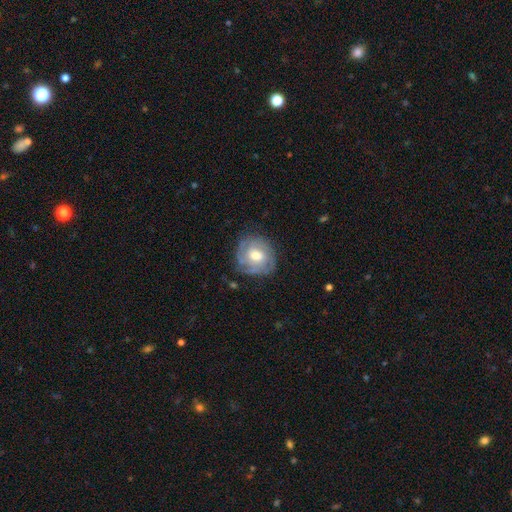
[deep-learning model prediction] Q: Smooth or featured?
A: featured or disk (64%); runner-up: smooth (29%)
Q: Edge-on disk?
A: no (97%); runner-up: yes (3%)
Q: Bar?
A: no (62%); runner-up: weak (33%)
Q: Spiral arms?
A: yes (80%); runner-up: no (20%)
Q: Spiral winding?
A: tight (65%); runner-up: medium (27%)
Q: Spiral arm count?
A: can't tell (42%); runner-up: 2 (27%)
Q: Bulge size?
A: moderate (70%); runner-up: small (15%)
Q: Merging?
A: none (72%); runner-up: minor disturbance (19%)